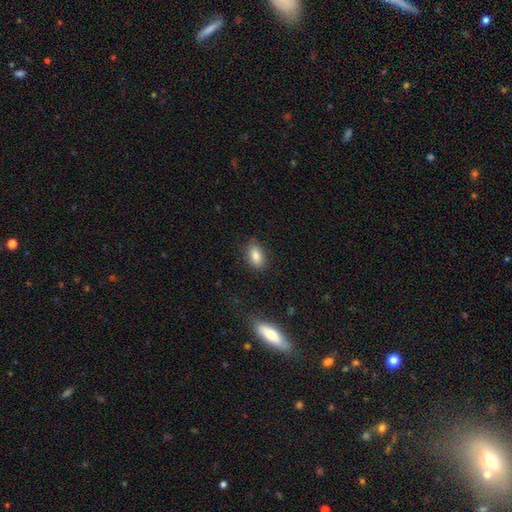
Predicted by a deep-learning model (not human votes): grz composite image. It shows a smooth galaxy with no disk features (83%) that is in between round and cigar-shaped (88%). Merging: none (82%).